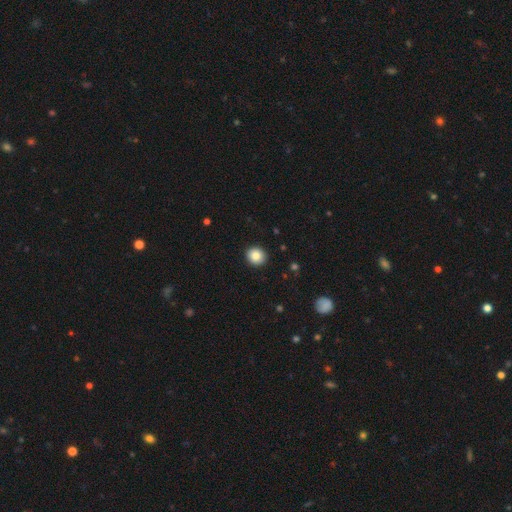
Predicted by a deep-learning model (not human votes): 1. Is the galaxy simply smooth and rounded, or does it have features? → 85% smooth, 9% star or artifact, 6% featured or disk.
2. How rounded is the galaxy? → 85% round, 15% in between, 1% cigar-shaped.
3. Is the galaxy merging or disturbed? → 92% none, 6% minor disturbance, 2% major disturbance, 1% merger.